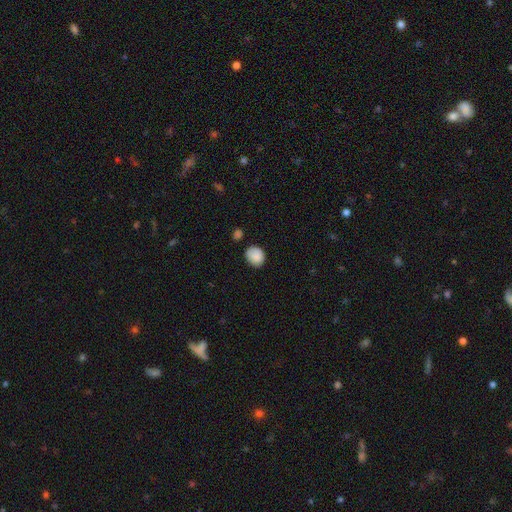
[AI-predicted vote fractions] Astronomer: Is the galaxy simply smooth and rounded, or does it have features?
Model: smooth — 87%.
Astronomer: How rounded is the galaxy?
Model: round — 58% (runner-up: in between, 42%).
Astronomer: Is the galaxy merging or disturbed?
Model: none — 72%.